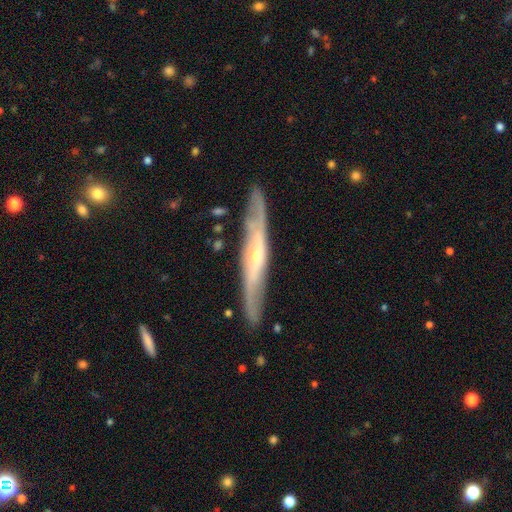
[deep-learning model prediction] smooth-or-featured: featured or disk: 77% | smooth: 17% | star or artifact: 6%
  disk-edge-on: yes: 65% | no: 35%
  merging: none: 83% | minor disturbance: 12% | major disturbance: 3% | merger: 2%